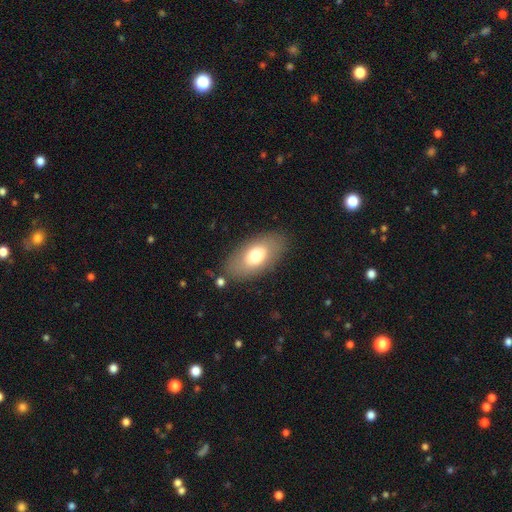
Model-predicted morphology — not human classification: smooth_or_featured: smooth (p=0.69) [alt: featured or disk p=0.24]
how_rounded: in between (p=0.91) [alt: round p=0.05]
merging: none (p=0.81) [alt: minor disturbance p=0.12]